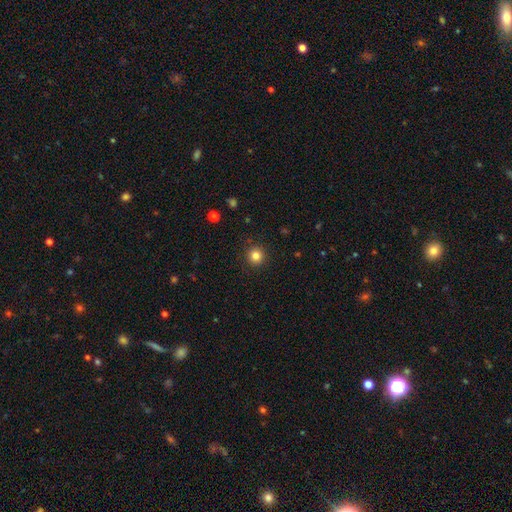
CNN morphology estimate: Q: Smooth or featured?
A: smooth (82%); runner-up: star or artifact (12%)
Q: How rounded?
A: round (95%); runner-up: in between (4%)
Q: Merging?
A: none (92%); runner-up: minor disturbance (5%)